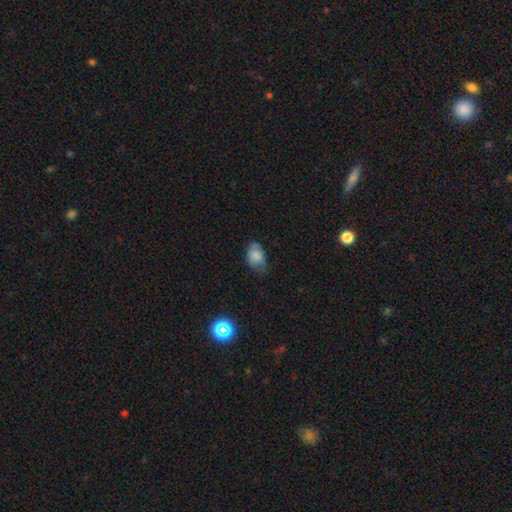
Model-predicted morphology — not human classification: A smooth galaxy with no disk features (78%) that is in between round and cigar-shaped (85%). Merging: none (57%).